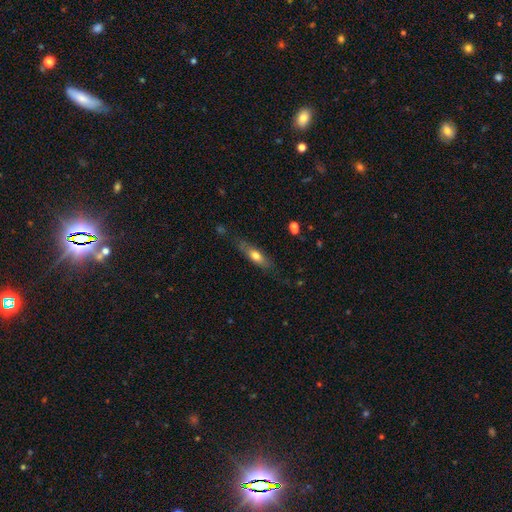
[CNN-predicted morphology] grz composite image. It shows a smooth galaxy with no disk features (60%) that is cigar-shaped (59%). Merging: none (71%).